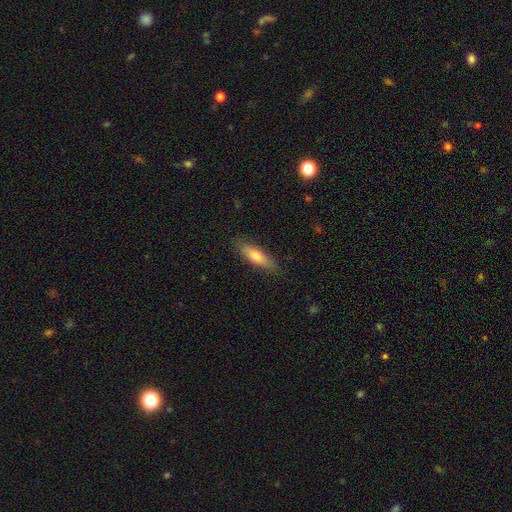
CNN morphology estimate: type=smooth (62%); roundness=cigar-shaped (55%); merging=none (85%).